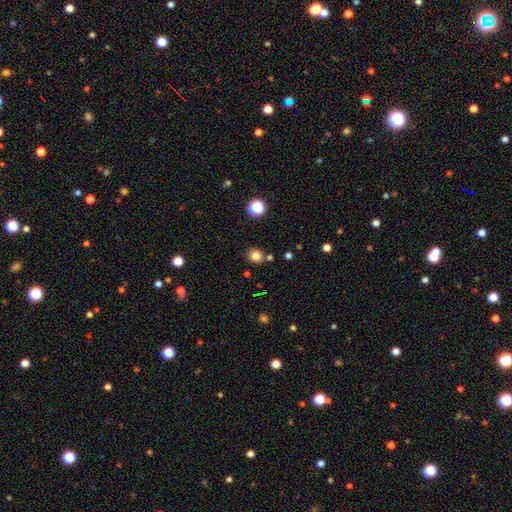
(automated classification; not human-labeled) Overall: smooth (81%). How rounded: round (85%). Merging: none (83%).